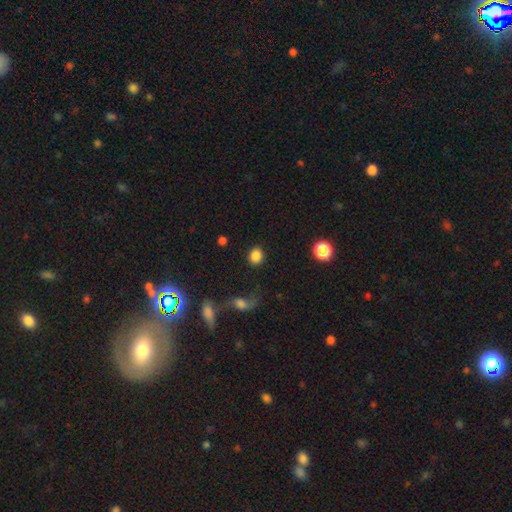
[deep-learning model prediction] smooth_or_featured: smooth (p=0.85) [alt: star or artifact p=0.10]
how_rounded: round (p=0.72) [alt: in between p=0.27]
merging: none (p=0.85) [alt: minor disturbance p=0.09]